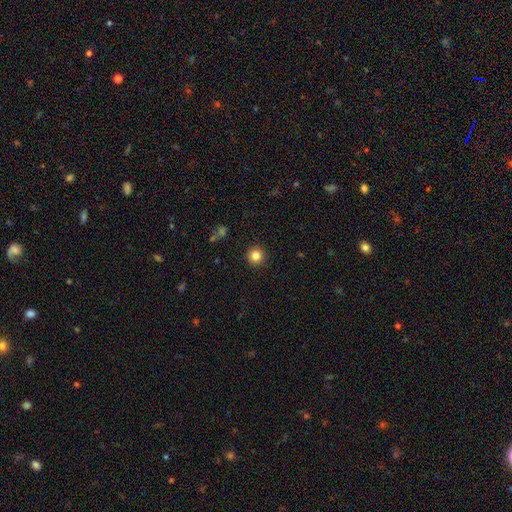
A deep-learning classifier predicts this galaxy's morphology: This is clearly a smooth galaxy (83%). How rounded: clearly round (95%). Merging: clearly none (92%).